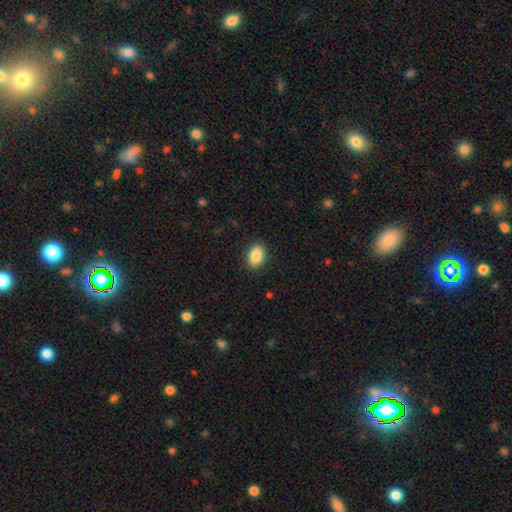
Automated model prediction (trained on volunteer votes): Q: Smooth or featured?
A: smooth (88%); runner-up: star or artifact (7%)
Q: How rounded?
A: in between (85%); runner-up: round (13%)
Q: Merging?
A: none (89%); runner-up: minor disturbance (8%)